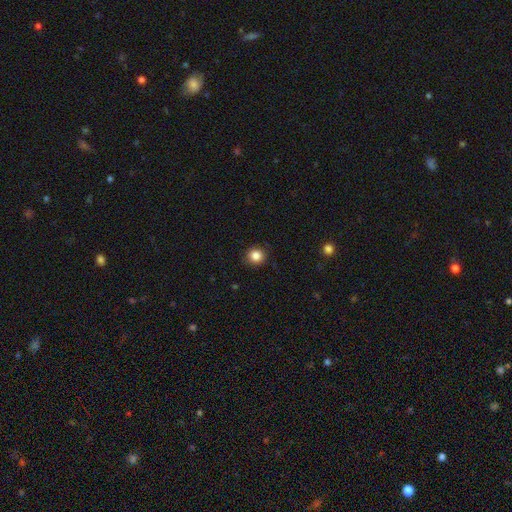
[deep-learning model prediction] smooth 86%, star or artifact 11%, featured or disk 4%. Down the decision tree: how rounded — round (91%); merging — none (91%).